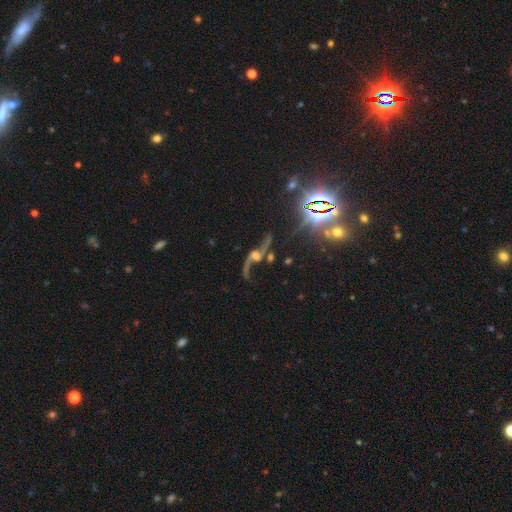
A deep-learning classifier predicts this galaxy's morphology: A featured or disk galaxy (82%) with no bar (56%), 2 (91%) loose (93%) spiral arms (94%) and a moderate central bulge (39%).

Vote fractions:
- Smooth or featured? featured or disk: 82% / star or artifact: 12% / smooth: 6%
- Edge-on disk? no: 91% / yes: 9%
- Bar? no: 56% / weak: 32% / strong: 12%
- Spiral arms? yes: 94% / no: 6%
- Spiral winding? loose: 93% / medium: 5% / tight: 2%
- Spiral arm count? 2: 91% / 1: 5% / can't tell: 2% / 3: 1% / 4: 1% / more than 4: 1%
- Bulge size? moderate: 39% / small: 26% / none: 17% / large: 14% / dominant: 4%
- Merging? none: 55% / major disturbance: 18% / minor disturbance: 15% / merger: 13%